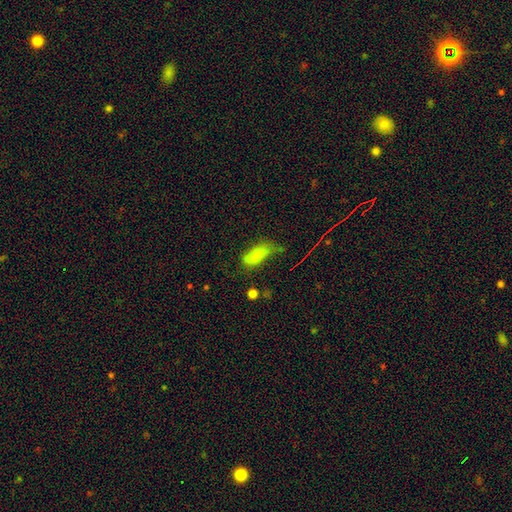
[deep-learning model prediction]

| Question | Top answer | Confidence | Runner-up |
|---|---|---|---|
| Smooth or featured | smooth | 73% | star or artifact (14%) |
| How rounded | in between | 74% | cigar-shaped (22%) |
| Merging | none | 32% | minor disturbance (31%) |